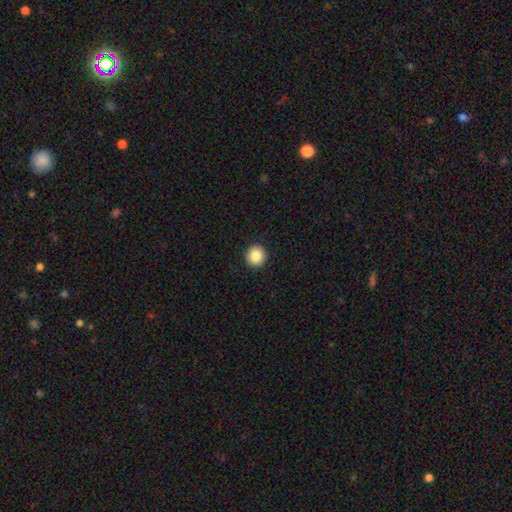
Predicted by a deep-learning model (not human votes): smooth 87%, star or artifact 9%, featured or disk 4%. Down the decision tree: how rounded — round (93%); merging — none (93%).